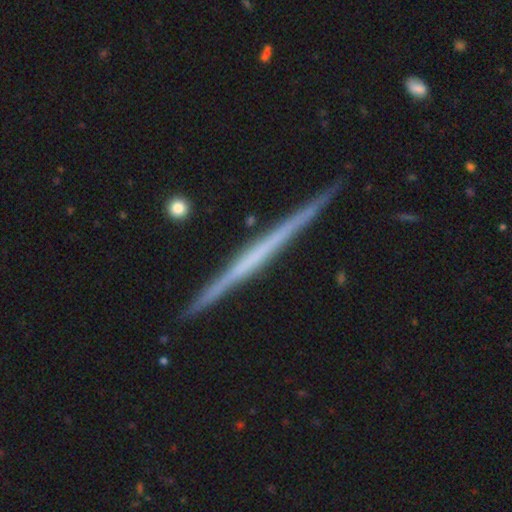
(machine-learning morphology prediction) Overall: featured or disk (69%). Edge-on disk: yes (98%). Edge-on bulge: none (90%). Merging: none (91%).